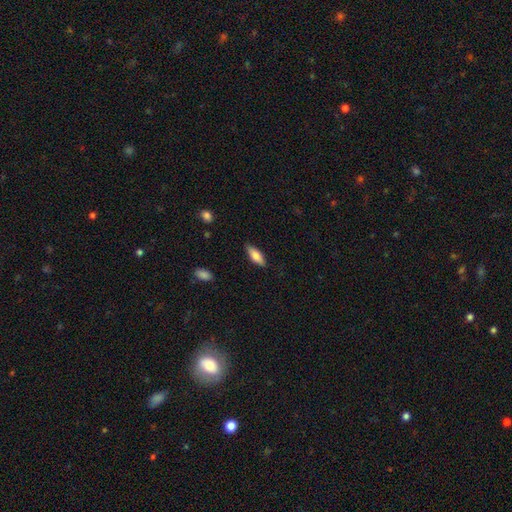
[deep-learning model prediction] The model was most divided on "how rounded": in between: 64%, cigar-shaped: 34%, round: 2%. More confident: merging — none (85%); smooth or featured — smooth (74%).